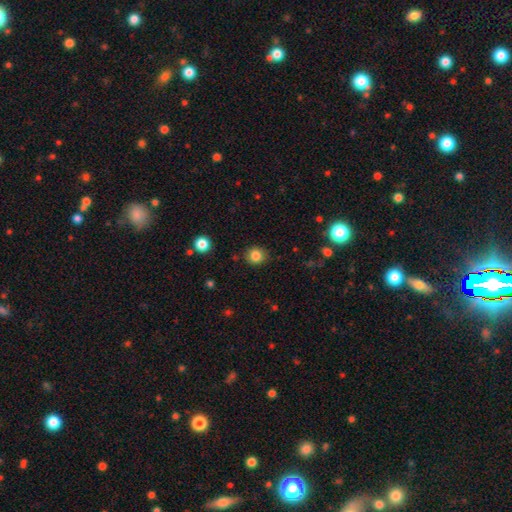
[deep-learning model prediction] Morphology: type=smooth (84%); roundness=round (89%); merging=none (87%).